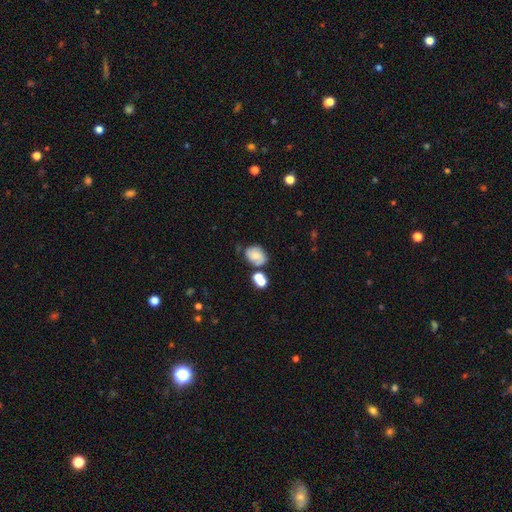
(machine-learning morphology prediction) A smooth galaxy with no disk features (54%) that is in between round and cigar-shaped (63%).

Vote fractions:
- Smooth or featured? smooth: 54% / featured or disk: 34% / star or artifact: 12%
- How rounded? in between: 63% / round: 35% / cigar-shaped: 1%
- Merging? none: 53% / minor disturbance: 22% / merger: 17% / major disturbance: 7%